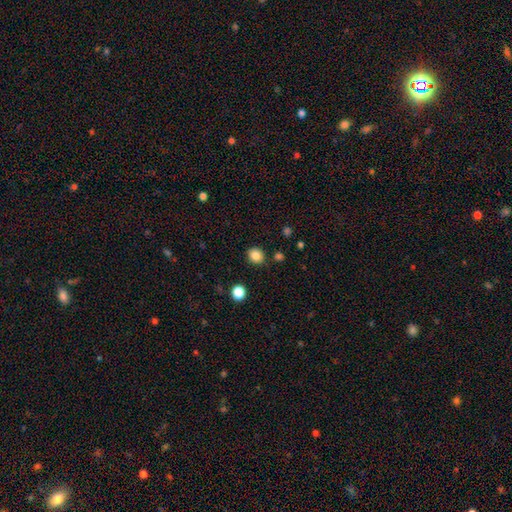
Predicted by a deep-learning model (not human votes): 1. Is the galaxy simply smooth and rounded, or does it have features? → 84% smooth, 11% star or artifact, 5% featured or disk.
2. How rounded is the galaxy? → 78% round, 21% in between, 1% cigar-shaped.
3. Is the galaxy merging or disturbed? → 87% none, 8% minor disturbance, 3% merger, 2% major disturbance.